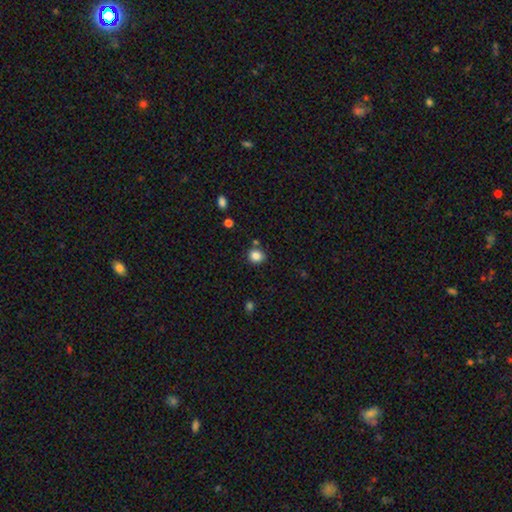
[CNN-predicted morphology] A smooth galaxy with no disk features (85%) that is round (82%).

Vote fractions:
- Smooth or featured? smooth: 85% / star or artifact: 11% / featured or disk: 5%
- How rounded? round: 82% / in between: 17% / cigar-shaped: 1%
- Merging? none: 80% / minor disturbance: 10% / merger: 7% / major disturbance: 3%